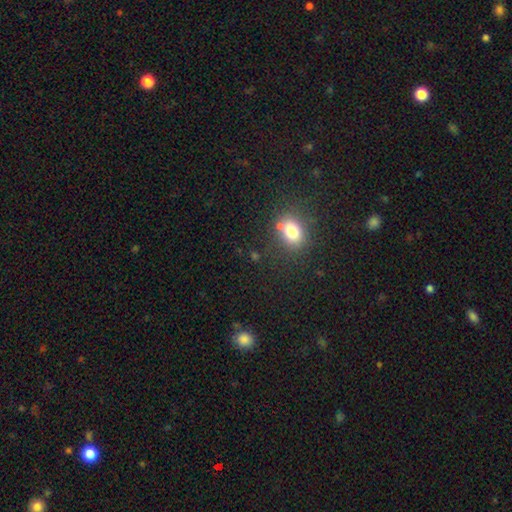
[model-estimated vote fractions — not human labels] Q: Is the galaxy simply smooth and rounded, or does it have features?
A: smooth — 74%.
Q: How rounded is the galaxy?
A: in between — 53%.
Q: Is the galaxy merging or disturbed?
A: none — 70%.